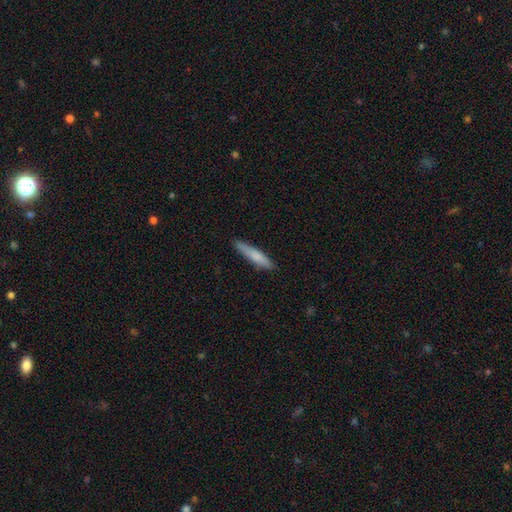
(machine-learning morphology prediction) A smooth galaxy with no disk features (76%) that is cigar-shaped (89%). Merging: none (85%).